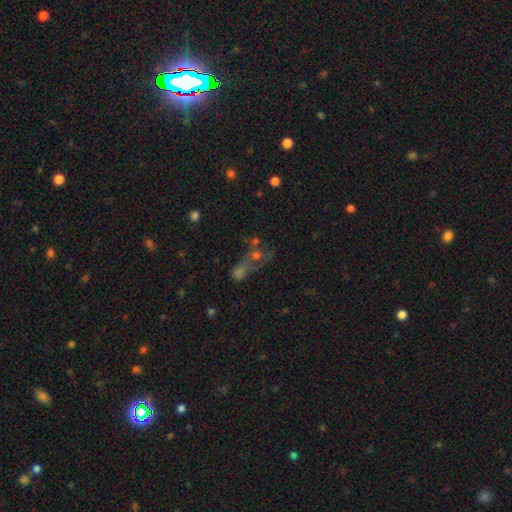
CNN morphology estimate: The model was most divided on "smooth or featured": smooth: 38%, star or artifact: 35%, featured or disk: 27%. Remaining: merging — merger (42%).